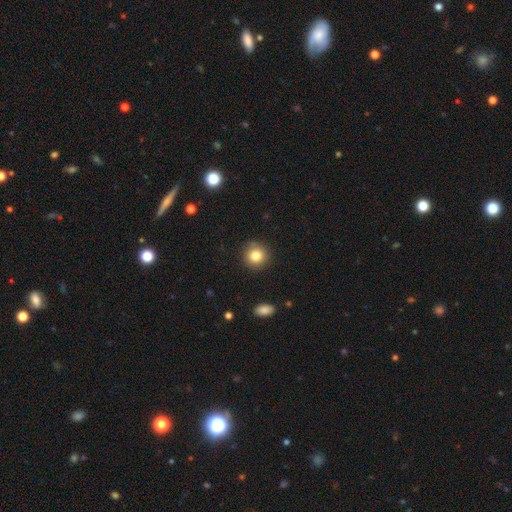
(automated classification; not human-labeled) This is clearly a smooth galaxy (82%). How rounded: clearly round (91%). Merging: clearly none (87%).